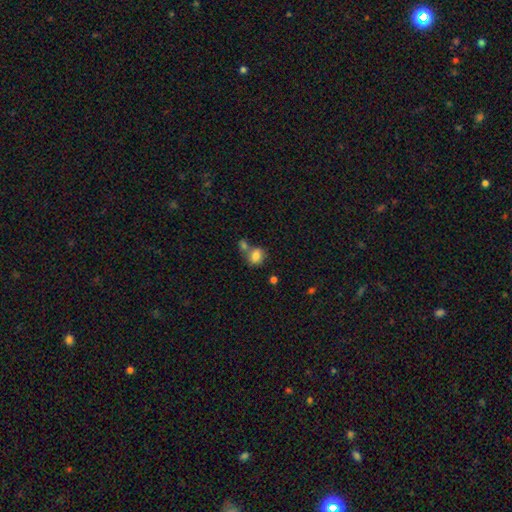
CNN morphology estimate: Overall: smooth (81%). How rounded: round (61%; in between 38%). Merging: none (47%; merger 36%).